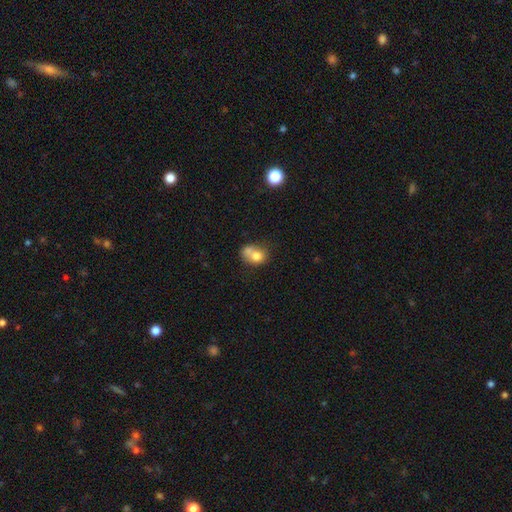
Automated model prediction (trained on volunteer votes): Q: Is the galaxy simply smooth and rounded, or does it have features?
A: smooth — 71%.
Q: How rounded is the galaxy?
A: round — 50%.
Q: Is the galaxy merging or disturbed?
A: merger — 51%.